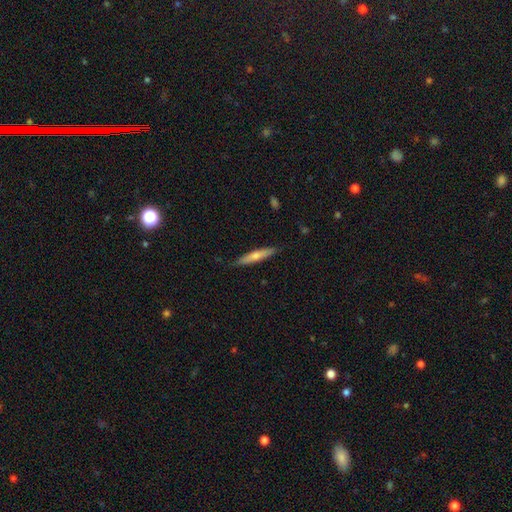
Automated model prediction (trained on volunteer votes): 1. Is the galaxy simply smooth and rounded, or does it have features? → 59% smooth, 36% featured or disk, 6% star or artifact.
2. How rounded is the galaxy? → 89% cigar-shaped, 9% in between, 1% round.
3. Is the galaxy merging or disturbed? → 83% none, 13% minor disturbance, 2% major disturbance, 1% merger.